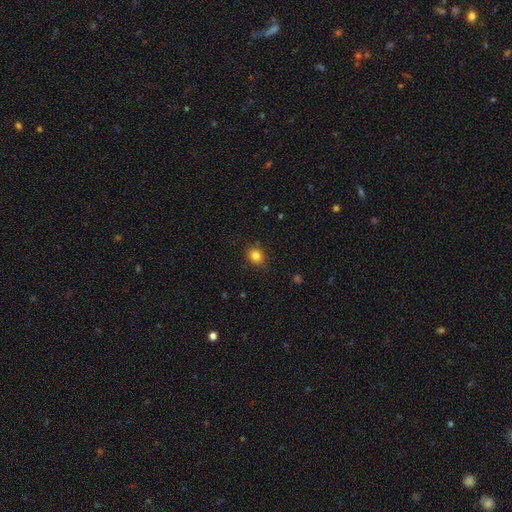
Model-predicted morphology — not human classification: type=smooth (83%); roundness=round (74%); merging=none (82%).